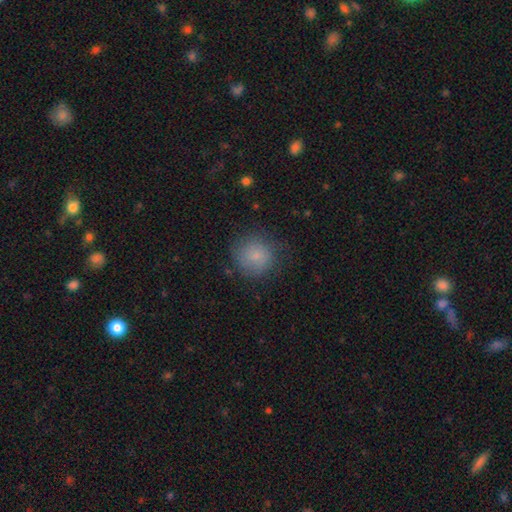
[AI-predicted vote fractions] The model was most divided on "merging": none: 75%, minor disturbance: 17%, major disturbance: 7%, merger: 1%. More confident: how rounded — round (91%); smooth or featured — smooth (80%).